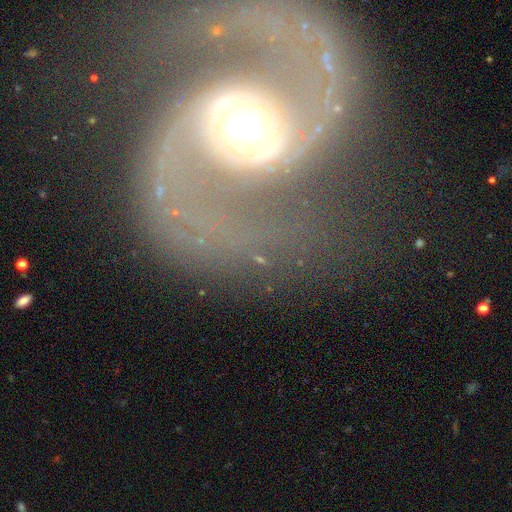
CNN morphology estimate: Smooth or featured?
  - featured or disk: 93% *
  - star or artifact: 4%
  - smooth: 3%
Edge-on disk?
  - no: 98% *
  - yes: 2%
Bar?
  - no: 48% *
  - weak: 33%
  - strong: 20%
Spiral arms?
  - yes: 97% *
  - no: 3%
Spiral winding?
  - medium: 59% *
  - loose: 23%
  - tight: 18%
Spiral arm count?
  - 2: 94% *
  - can't tell: 1%
  - 3: 1%
  - 1: 1%
  - 4: 1%
  - more than 4: 1%
Bulge size?
  - moderate: 60% *
  - large: 25%
  - small: 9%
  - dominant: 3%
  - none: 1%
Merging?
  - none: 76% *
  - minor disturbance: 12%
  - major disturbance: 9%
  - merger: 3%